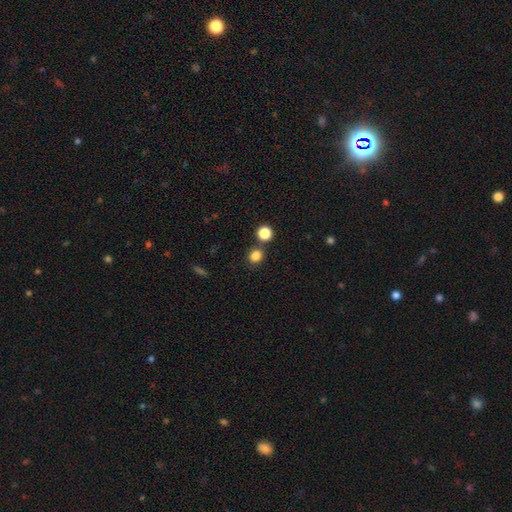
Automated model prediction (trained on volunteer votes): Morphology: type=smooth (83%); roundness=round (75%); merging=none (76%).